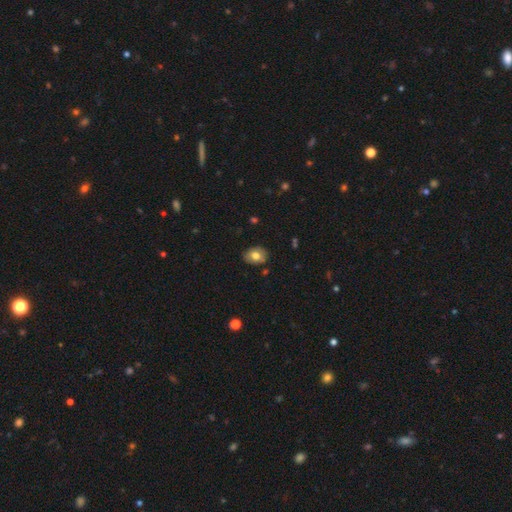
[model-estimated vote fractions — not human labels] smooth 72%, featured or disk 20%, star or artifact 8%. Down the decision tree: how rounded — in between (71%); merging — none (83%).